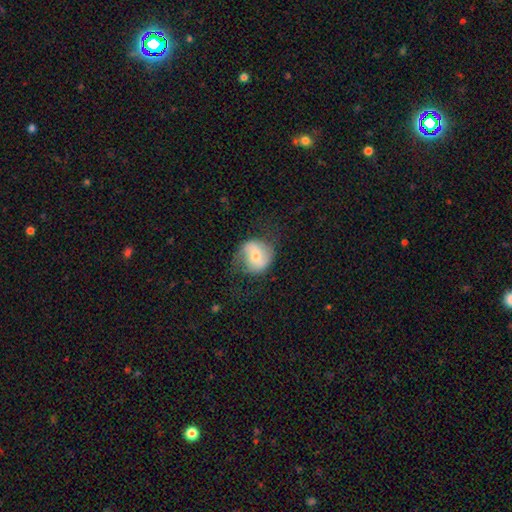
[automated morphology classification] The model was most divided on "bulge size": moderate: 48%, small: 45%, large: 3%, none: 2%, dominant: 1%. Remaining: edge-on disk — no (97%); spiral arms — yes (84%); merging — none (65%); smooth or featured — featured or disk (58%); bar — no (45%).